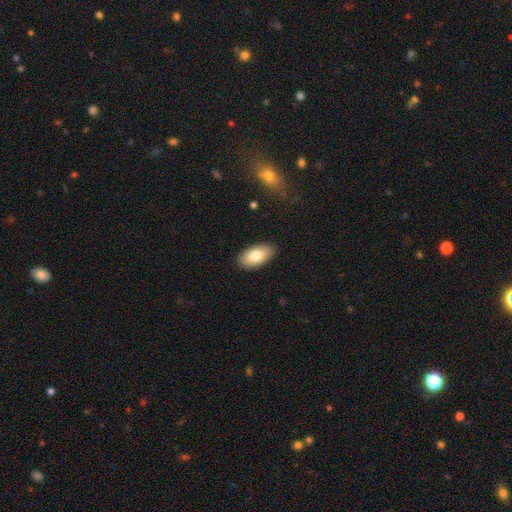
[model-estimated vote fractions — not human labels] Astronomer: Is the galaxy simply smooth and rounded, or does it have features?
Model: smooth — 81%.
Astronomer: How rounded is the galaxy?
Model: in between — 94%.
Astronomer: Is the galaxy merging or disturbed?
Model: none — 88%.